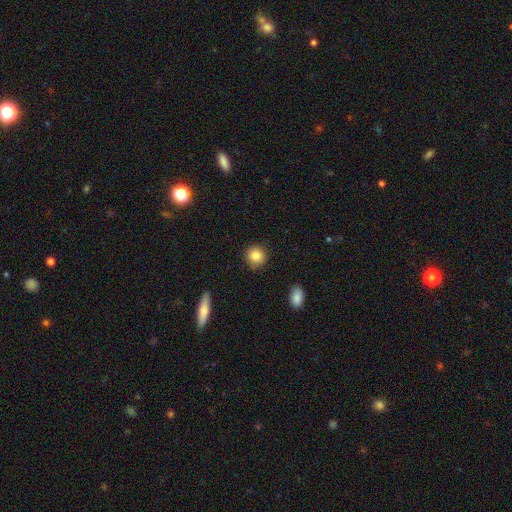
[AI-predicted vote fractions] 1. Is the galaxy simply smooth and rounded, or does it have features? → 85% smooth, 9% star or artifact, 6% featured or disk.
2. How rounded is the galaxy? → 89% round, 10% in between, 1% cigar-shaped.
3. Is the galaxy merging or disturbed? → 87% none, 9% minor disturbance, 2% major disturbance, 1% merger.